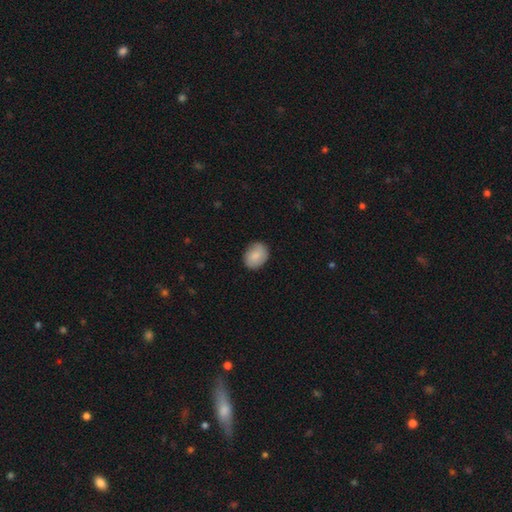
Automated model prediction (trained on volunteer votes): Morphology: type=smooth (85%); roundness=in between (56%); merging=none (86%).